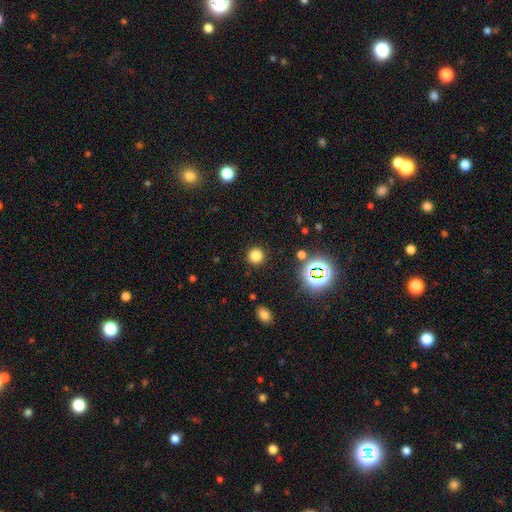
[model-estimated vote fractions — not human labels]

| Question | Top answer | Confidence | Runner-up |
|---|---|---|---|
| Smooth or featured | smooth | 77% | star or artifact (18%) |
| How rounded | round | 93% | in between (6%) |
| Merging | none | 90% | minor disturbance (6%) |